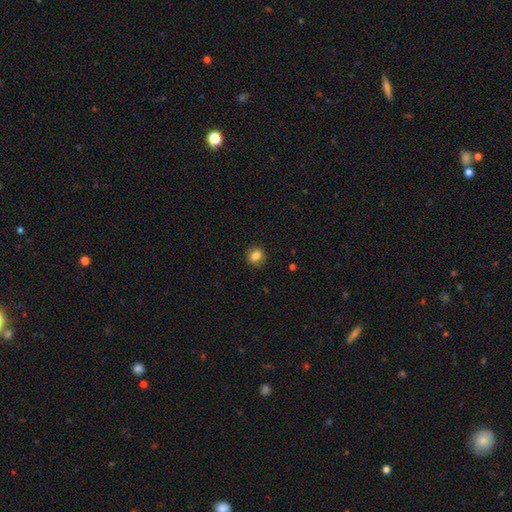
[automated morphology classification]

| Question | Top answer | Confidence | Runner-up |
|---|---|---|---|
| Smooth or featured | smooth | 84% | star or artifact (10%) |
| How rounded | round | 80% | in between (19%) |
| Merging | none | 90% | minor disturbance (7%) |